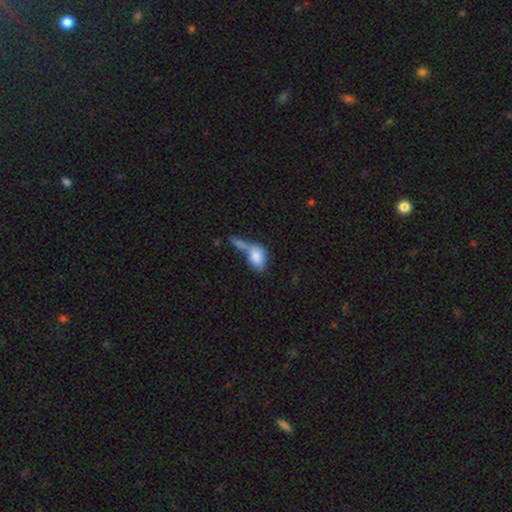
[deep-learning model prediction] Q: Smooth or featured?
A: smooth (80%); runner-up: featured or disk (14%)
Q: How rounded?
A: in between (84%); runner-up: round (12%)
Q: Merging?
A: merger (56%); runner-up: none (20%)